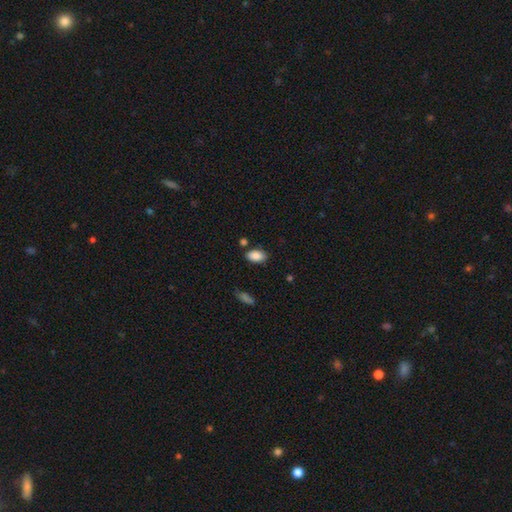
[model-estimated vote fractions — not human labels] Smooth or featured: smooth — 88% (star or artifact — 7%)
How rounded: in between — 92% (round — 6%)
Merging: none — 79% (minor disturbance — 13%)